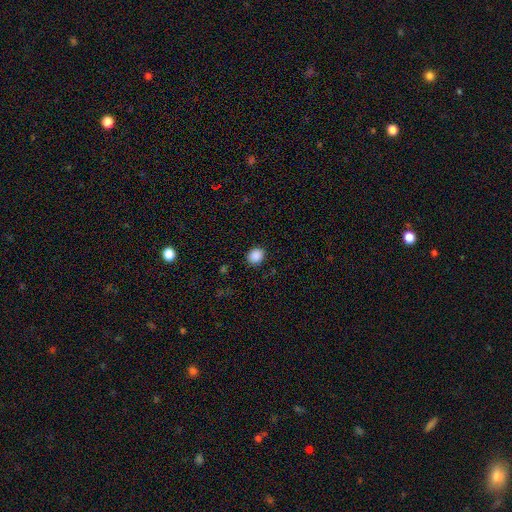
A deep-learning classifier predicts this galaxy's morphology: A smooth galaxy with no disk features (88%) that is round (71%).

Vote fractions:
- Smooth or featured? smooth: 88% / star or artifact: 9% / featured or disk: 3%
- How rounded? round: 71% / in between: 28% / cigar-shaped: 1%
- Merging? none: 88% / minor disturbance: 8% / major disturbance: 2% / merger: 1%